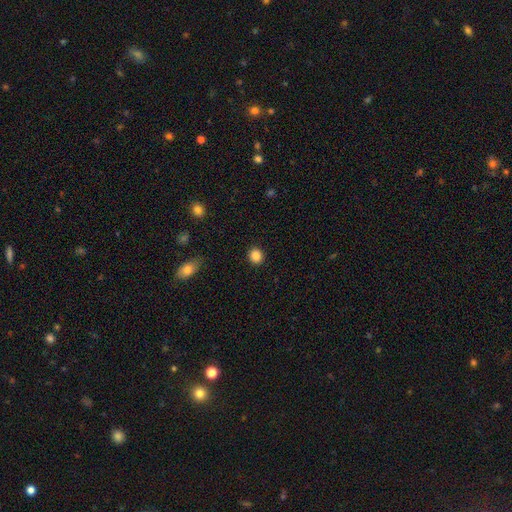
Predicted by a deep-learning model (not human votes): Overall: smooth (86%). How rounded: round (80%). Merging: none (91%).